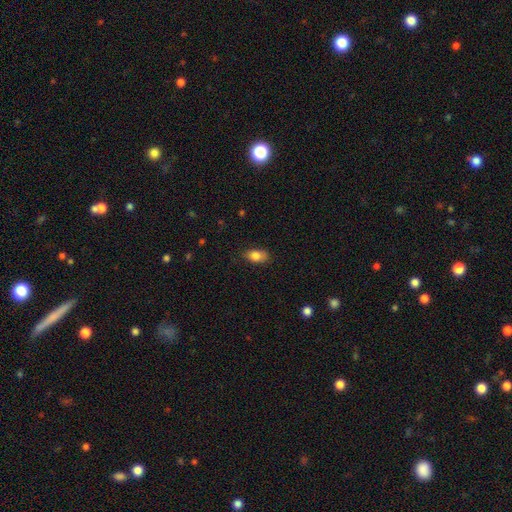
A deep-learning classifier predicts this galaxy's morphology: A smooth galaxy with no disk features (84%) that is in between round and cigar-shaped (88%).

Vote fractions:
- Smooth or featured? smooth: 84% / featured or disk: 9% / star or artifact: 8%
- How rounded? in between: 88% / round: 8% / cigar-shaped: 3%
- Merging? none: 76% / minor disturbance: 19% / major disturbance: 4% / merger: 1%